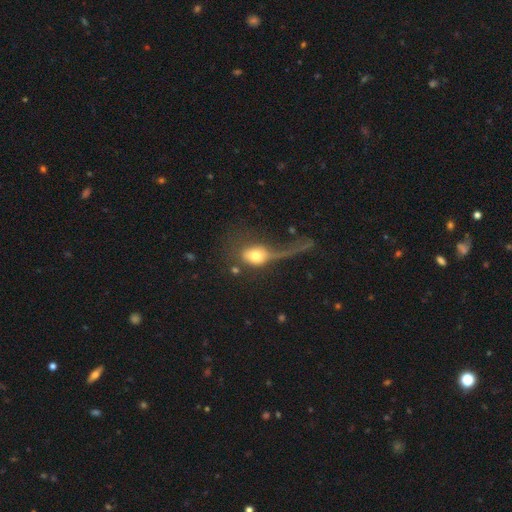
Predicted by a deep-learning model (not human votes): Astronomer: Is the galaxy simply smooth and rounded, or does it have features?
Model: smooth — 65%.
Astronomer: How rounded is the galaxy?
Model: in between — 59% (runner-up: round, 38%).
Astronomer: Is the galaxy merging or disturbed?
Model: major disturbance — 58%.